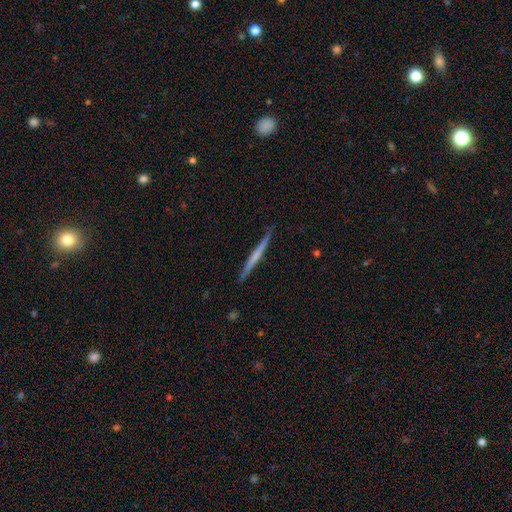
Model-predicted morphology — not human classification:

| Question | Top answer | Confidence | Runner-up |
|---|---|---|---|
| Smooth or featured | featured or disk | 54% | smooth (41%) |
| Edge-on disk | yes | 98% | no (2%) |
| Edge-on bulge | none | 80% | rounded (14%) |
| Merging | none | 90% | minor disturbance (7%) |